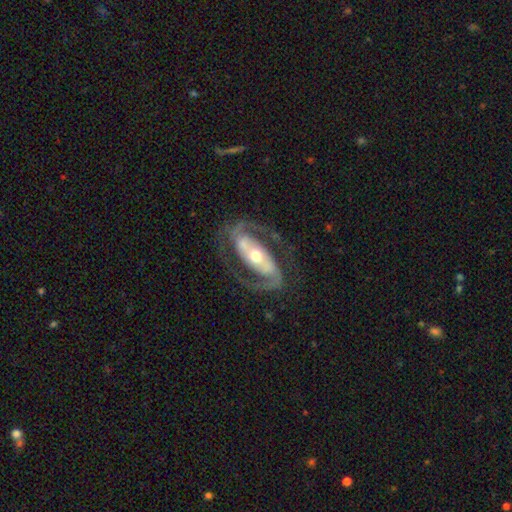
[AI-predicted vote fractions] Smooth or featured? featured or disk (90%)
Edge-on disk? no (96%)
Bar? strong (47%)
Spiral arms? yes (96%)
Spiral winding? medium (55%)
Spiral arm count? 2 (92%)
Bulge size? moderate (68%)
Merging? none (76%)